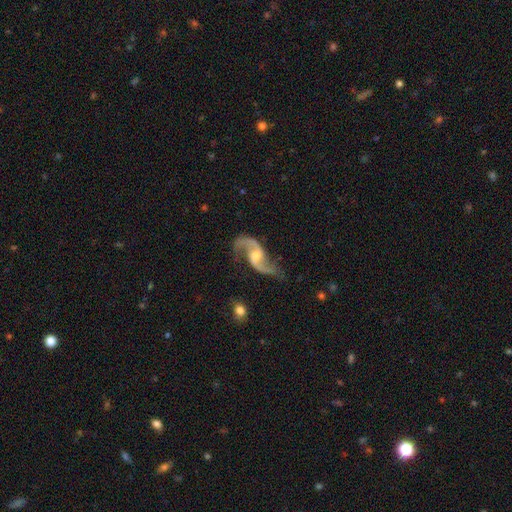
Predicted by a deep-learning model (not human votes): smooth-or-featured: featured or disk: 92% | star or artifact: 5% | smooth: 4%
  disk-edge-on: no: 97% | yes: 3%
    bar: no: 44% | weak: 43% | strong: 13%
    has-spiral-arms: yes: 98% | no: 2%
      spiral-winding: loose: 69% | medium: 26% | tight: 5%
      spiral-arm-count: 2: 94% | 1: 2% | can't tell: 2% | 3: 1% | 4: 1% | more than 4: 1%
    bulge-size: moderate: 48% | small: 39% | none: 7% | large: 5% | dominant: 1%
  merging: none: 72% | minor disturbance: 17% | major disturbance: 9% | merger: 2%